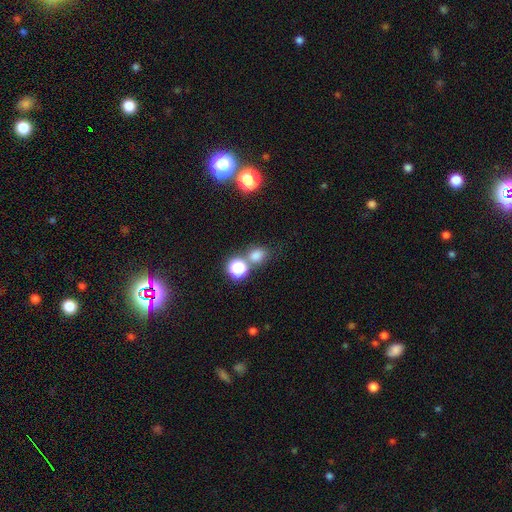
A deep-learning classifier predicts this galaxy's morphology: This appears to be a smooth galaxy with no disk features (72%) that is round (65%). Merging: none (60%).